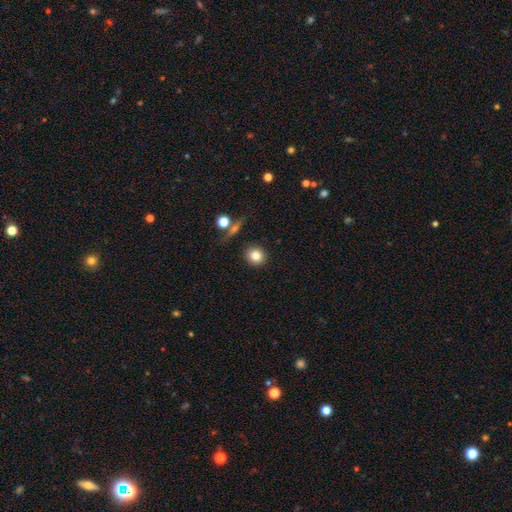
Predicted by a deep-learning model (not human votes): Smooth or featured?
  - smooth: 81% *
  - star or artifact: 11%
  - featured or disk: 8%
How rounded?
  - round: 88% *
  - in between: 11%
  - cigar-shaped: 1%
Merging?
  - none: 86% *
  - minor disturbance: 7%
  - merger: 4%
  - major disturbance: 3%